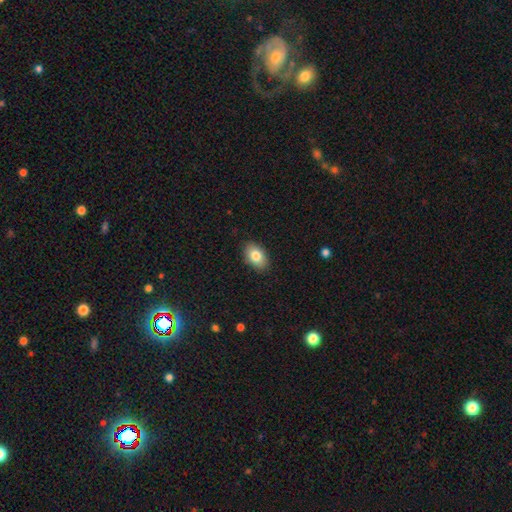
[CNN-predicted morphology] smooth_or_featured: smooth (p=0.82) [alt: featured or disk p=0.11]
how_rounded: in between (p=0.88) [alt: round p=0.11]
merging: none (p=0.89) [alt: minor disturbance p=0.08]